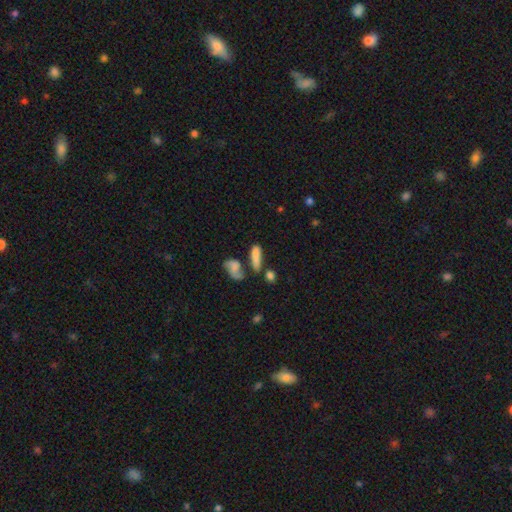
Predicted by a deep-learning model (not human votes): Smooth or featured: smooth — 71% (featured or disk — 19%)
How rounded: cigar-shaped — 51% (in between — 43%)
Merging: none — 47% (merger — 26%)